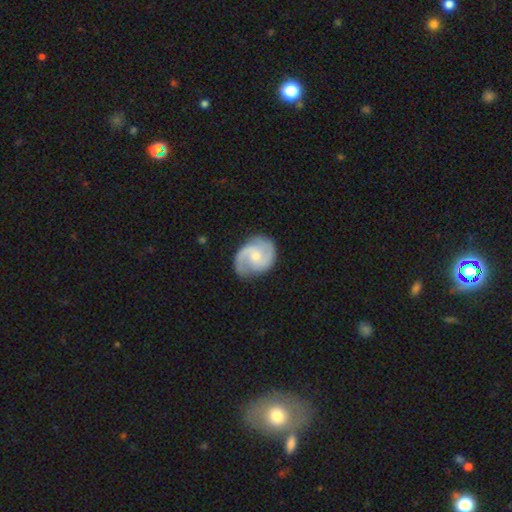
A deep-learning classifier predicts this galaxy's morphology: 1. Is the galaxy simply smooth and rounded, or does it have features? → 83% featured or disk, 12% smooth, 5% star or artifact.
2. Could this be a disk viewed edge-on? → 98% no, 2% yes.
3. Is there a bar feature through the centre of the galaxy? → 52% no, 41% weak, 7% strong.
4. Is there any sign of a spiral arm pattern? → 96% yes, 4% no.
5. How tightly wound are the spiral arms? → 52% medium, 25% loose, 23% tight.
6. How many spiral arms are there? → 87% 2, 5% can't tell, 3% 1, 3% 3, 1% 4, 1% more than 4.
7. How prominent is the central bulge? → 55% small, 41% moderate, 2% none, 2% large, 1% dominant.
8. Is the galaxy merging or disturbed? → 76% none, 17% minor disturbance, 6% major disturbance, 1% merger.